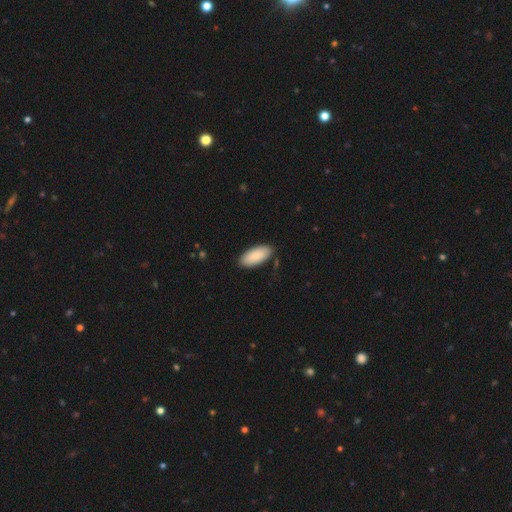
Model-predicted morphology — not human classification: Smooth or featured: smooth — 87% (featured or disk — 7%)
How rounded: in between — 90% (cigar-shaped — 9%)
Merging: none — 86% (minor disturbance — 11%)